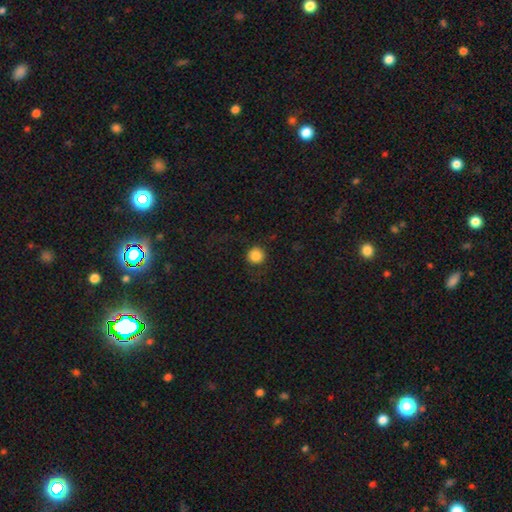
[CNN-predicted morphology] This appears to be a smooth galaxy with no disk features (85%) that is round (95%). Merging: none (86%).